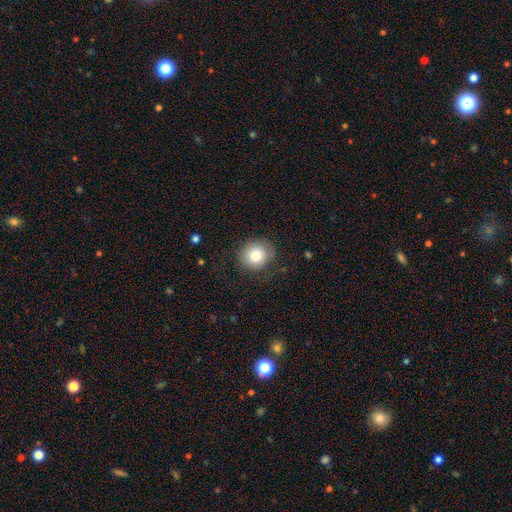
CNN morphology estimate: A smooth galaxy with no disk features (80%) that is round (90%).

Vote fractions:
- Smooth or featured? smooth: 80% / featured or disk: 10% / star or artifact: 9%
- How rounded? round: 90% / in between: 9% / cigar-shaped: 1%
- Merging? none: 80% / minor disturbance: 14% / major disturbance: 5% / merger: 1%